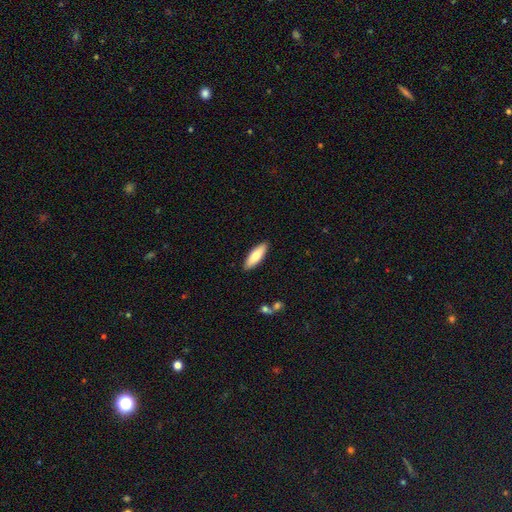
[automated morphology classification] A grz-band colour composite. It shows a smooth galaxy with no disk features (76%) that is in between round and cigar-shaped (56%). Merging: none (89%).